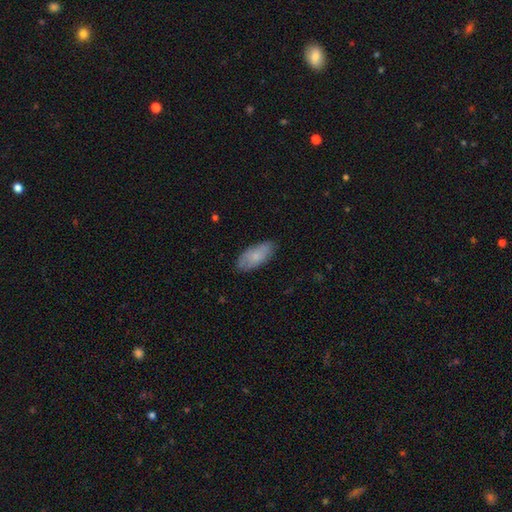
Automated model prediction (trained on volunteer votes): This is likely a smooth galaxy (75%). How rounded: clearly in between (88%). Merging: likely none (80%).